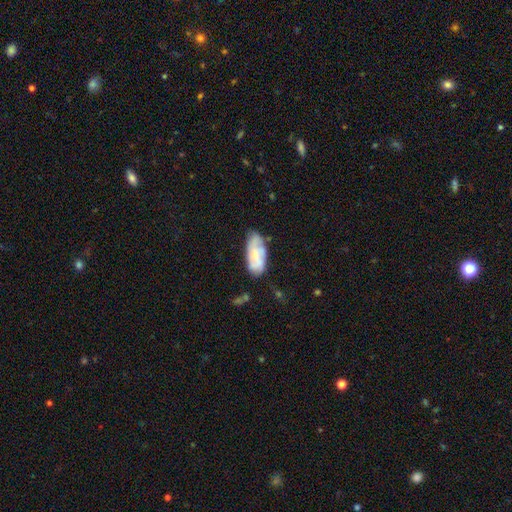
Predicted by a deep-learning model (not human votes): Morphology: type=smooth (47%); merging=none (61%).